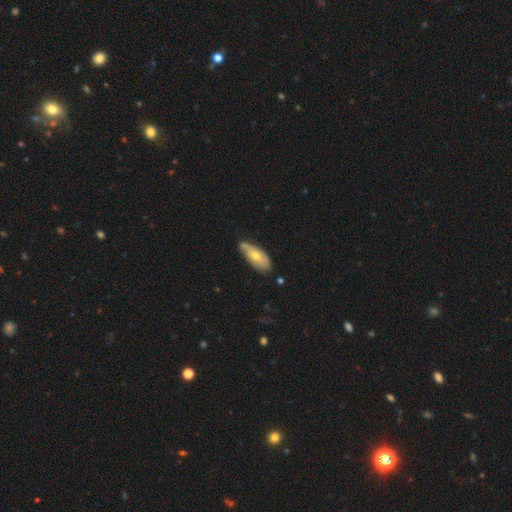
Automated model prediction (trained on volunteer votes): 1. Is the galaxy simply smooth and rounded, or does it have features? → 53% smooth, 41% featured or disk, 6% star or artifact.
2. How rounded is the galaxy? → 82% in between, 16% cigar-shaped, 3% round.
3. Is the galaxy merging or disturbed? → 54% none, 35% minor disturbance, 7% major disturbance, 4% merger.